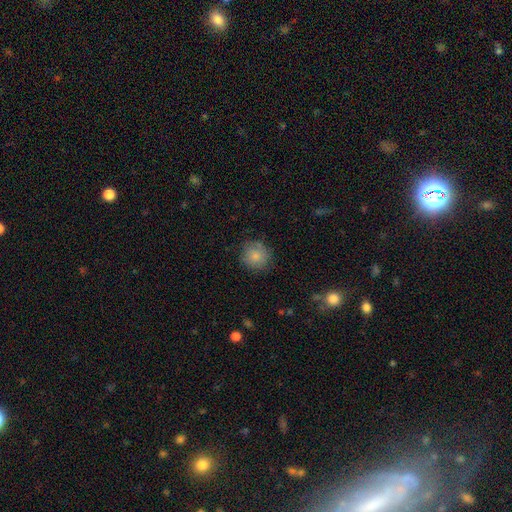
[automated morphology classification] A smooth galaxy with no disk features (83%) that is round (91%).

Vote fractions:
- Smooth or featured? smooth: 83% / featured or disk: 9% / star or artifact: 9%
- How rounded? round: 91% / in between: 8% / cigar-shaped: 1%
- Merging? none: 80% / minor disturbance: 15% / major disturbance: 4% / merger: 1%